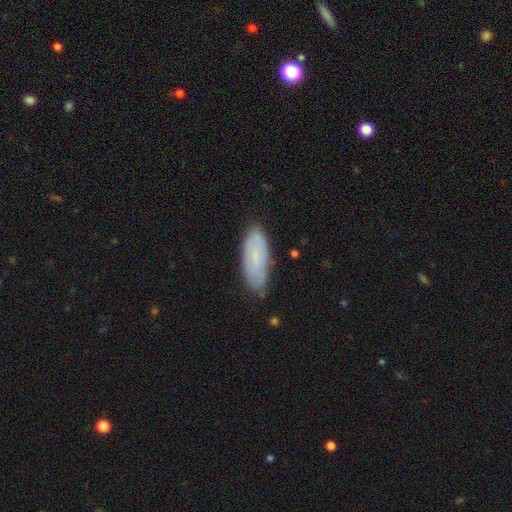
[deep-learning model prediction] This is possibly a smooth galaxy (55%). How rounded: likely in between (75%). Merging: likely none (70%).